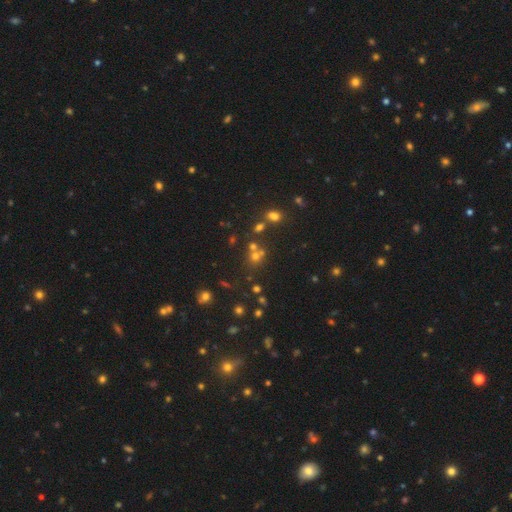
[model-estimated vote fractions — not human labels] The model was most divided on "smooth or featured": smooth: 48%, star or artifact: 39%, featured or disk: 13%. More confident: merging — none (57%).